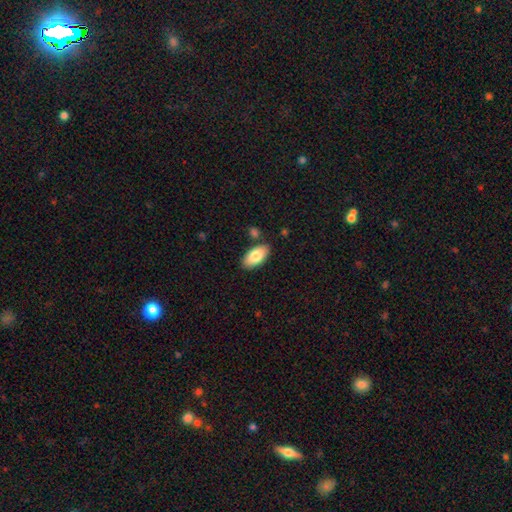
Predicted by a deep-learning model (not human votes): Q: Smooth or featured?
A: smooth (82%); runner-up: featured or disk (12%)
Q: How rounded?
A: in between (94%); runner-up: cigar-shaped (3%)
Q: Merging?
A: none (82%); runner-up: minor disturbance (10%)